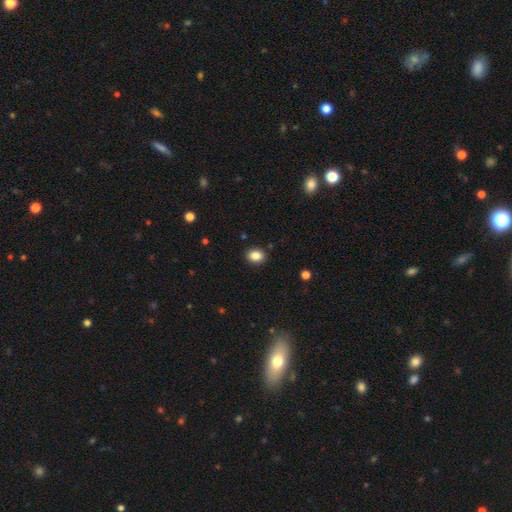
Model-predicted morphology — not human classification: Q: Smooth or featured?
A: smooth (86%); runner-up: star or artifact (10%)
Q: How rounded?
A: in between (59%); runner-up: round (40%)
Q: Merging?
A: none (90%); runner-up: minor disturbance (7%)